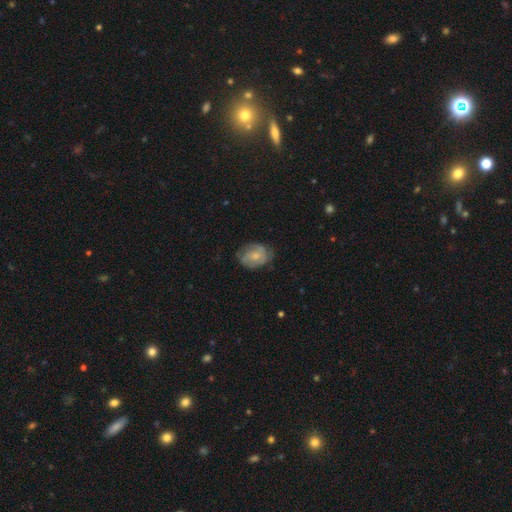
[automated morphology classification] Overall: smooth (58%; featured or disk 35%). How rounded: in between (63%; round 36%). Merging: none (62%; minor disturbance 28%).